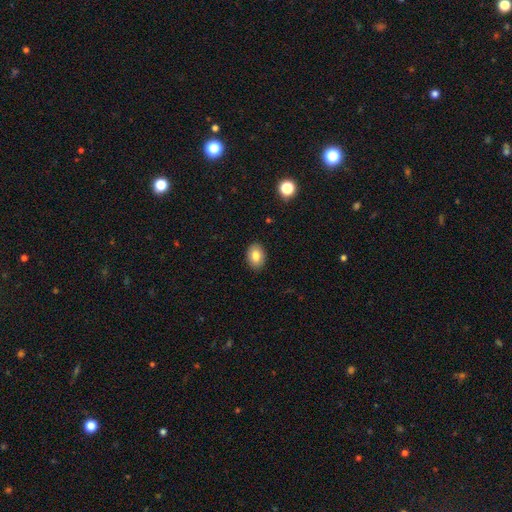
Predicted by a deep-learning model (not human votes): smooth_or_featured: smooth (p=0.81) [alt: featured or disk p=0.10]
how_rounded: in between (p=0.74) [alt: round p=0.25]
merging: none (p=0.89) [alt: minor disturbance p=0.08]